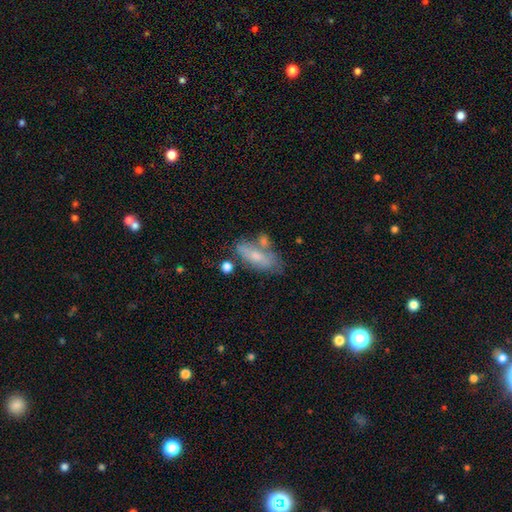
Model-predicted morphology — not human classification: Smooth or featured?
  - smooth: 61% *
  - featured or disk: 32%
  - star or artifact: 7%
How rounded?
  - in between: 72% *
  - cigar-shaped: 24%
  - round: 3%
Merging?
  - none: 53% *
  - minor disturbance: 21%
  - merger: 18%
  - major disturbance: 8%